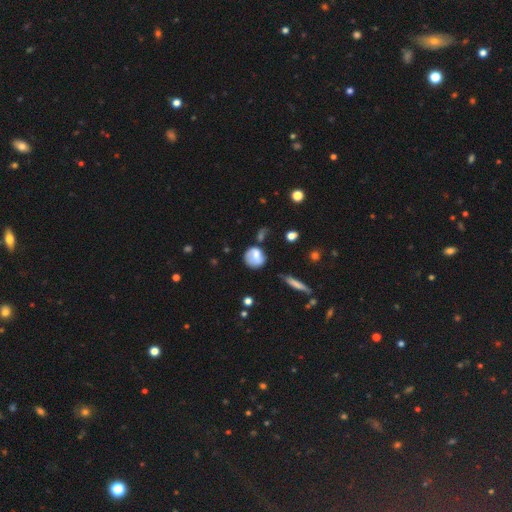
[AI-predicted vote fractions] This is likely a smooth galaxy (67%). How rounded: likely round (72%). Merging: possibly none (49%).